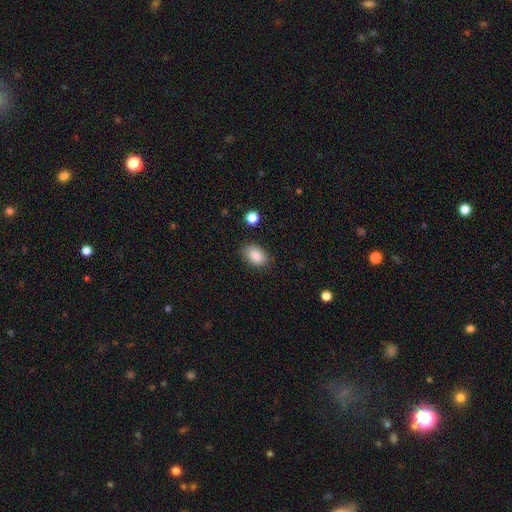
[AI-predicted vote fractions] Morphology: type=smooth (86%); roundness=in between (88%); merging=none (83%).